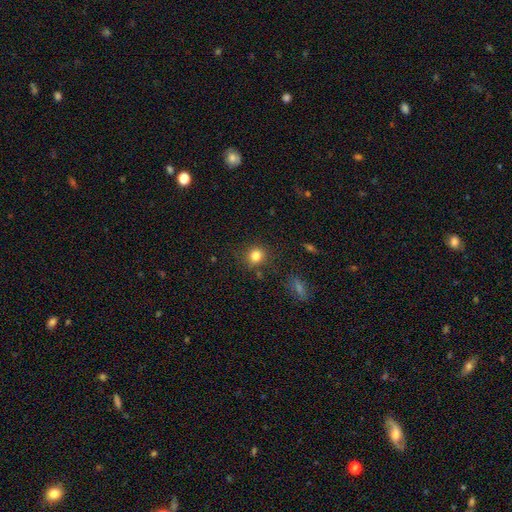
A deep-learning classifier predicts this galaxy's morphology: smooth-or-featured: smooth: 82% | star or artifact: 12% | featured or disk: 6%
  how-rounded: round: 83% | in between: 16% | cigar-shaped: 1%
  merging: none: 82% | minor disturbance: 11% | major disturbance: 4% | merger: 3%